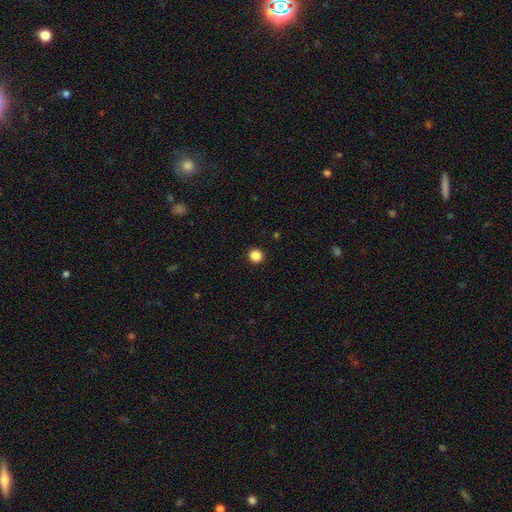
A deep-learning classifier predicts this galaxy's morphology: smooth_or_featured: smooth (p=0.87) [alt: star or artifact p=0.11]
how_rounded: round (p=0.94) [alt: in between p=0.05]
merging: none (p=0.94) [alt: minor disturbance p=0.04]